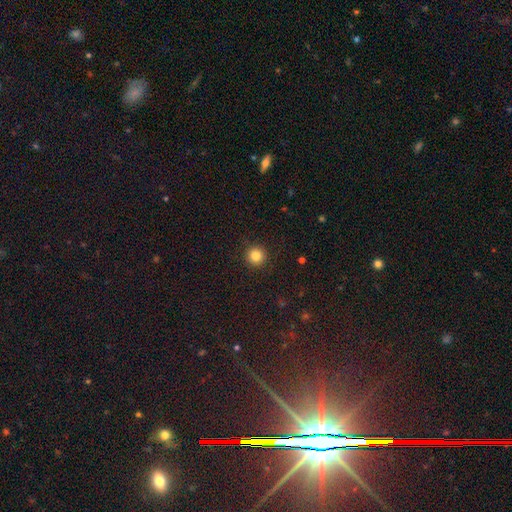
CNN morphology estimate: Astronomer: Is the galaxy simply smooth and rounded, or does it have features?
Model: smooth — 84%.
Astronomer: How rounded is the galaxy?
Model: round — 95%.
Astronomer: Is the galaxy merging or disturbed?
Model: none — 93%.